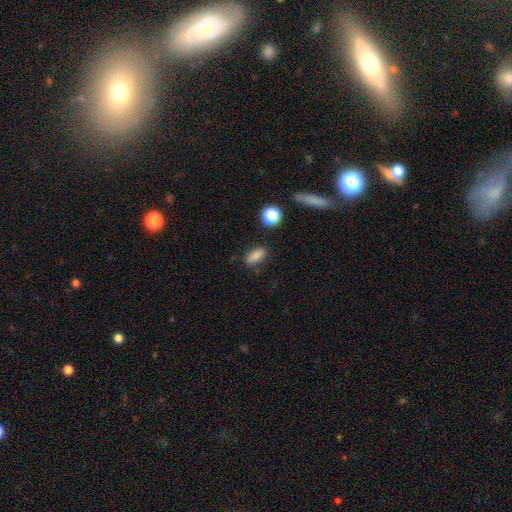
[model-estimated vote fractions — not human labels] smooth-or-featured: smooth: 84% | star or artifact: 11% | featured or disk: 5%
  how-rounded: in between: 82% | cigar-shaped: 10% | round: 8%
  merging: none: 81% | minor disturbance: 13% | major disturbance: 4% | merger: 2%